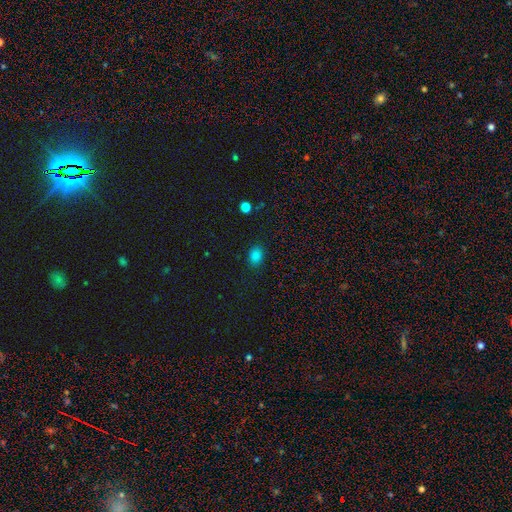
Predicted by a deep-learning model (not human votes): Smooth or featured?
  - smooth: 83% *
  - star or artifact: 13%
  - featured or disk: 4%
How rounded?
  - in between: 64% *
  - round: 34%
  - cigar-shaped: 1%
Merging?
  - none: 87% *
  - minor disturbance: 9%
  - major disturbance: 3%
  - merger: 1%